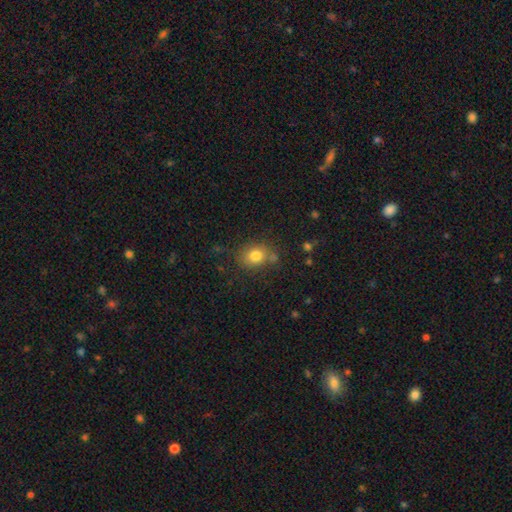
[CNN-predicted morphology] This is clearly a smooth galaxy (80%). How rounded: possibly round (59%). Merging: likely none (72%).